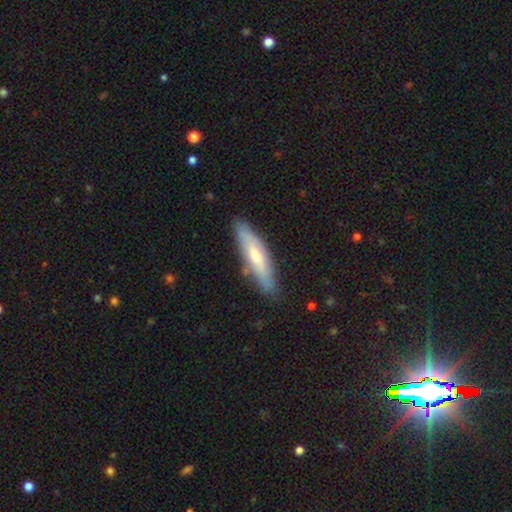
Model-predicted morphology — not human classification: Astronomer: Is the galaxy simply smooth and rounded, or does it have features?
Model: smooth — 59% (runner-up: featured or disk, 35%).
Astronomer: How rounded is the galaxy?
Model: cigar-shaped — 74%.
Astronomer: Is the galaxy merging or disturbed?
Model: none — 81%.